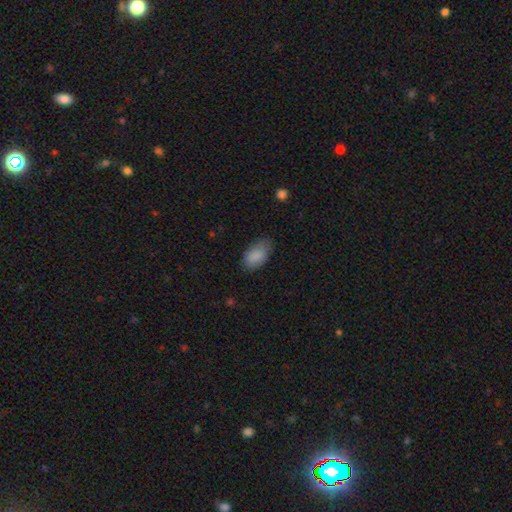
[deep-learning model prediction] Smooth or featured? smooth (87%)
How rounded? in between (93%)
Merging? none (67%)